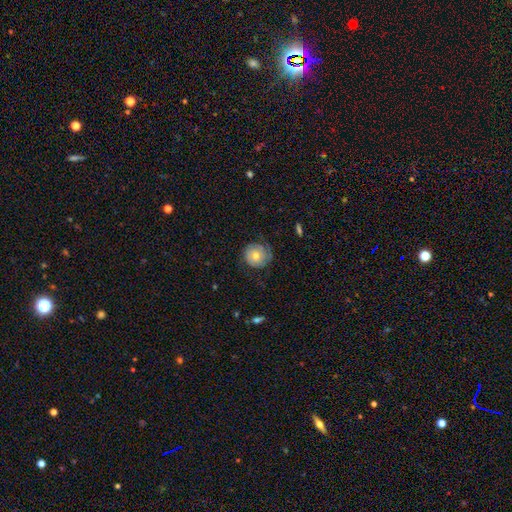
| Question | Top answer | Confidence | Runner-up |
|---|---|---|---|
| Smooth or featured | featured or disk | 72% | smooth (26%) |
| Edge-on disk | no | 96% | yes (4%) |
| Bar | no | 78% | weak (22%) |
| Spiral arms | yes | 89% | no (11%) |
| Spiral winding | tight | 71% | medium (17%) |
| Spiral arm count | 2 | 38% | tied: can't tell (38%) |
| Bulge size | moderate | 85% | small (11%) |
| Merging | none | 61% | minor disturbance (24%) |